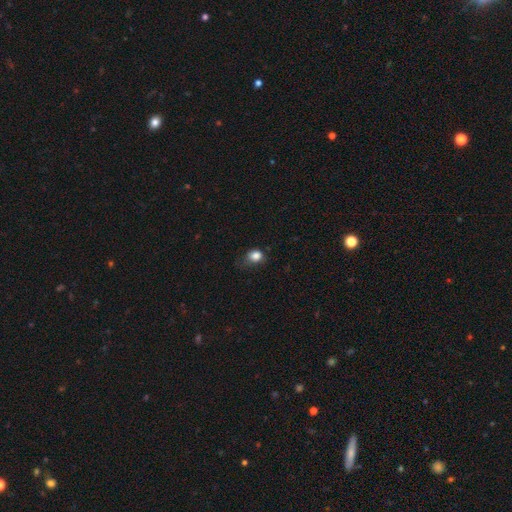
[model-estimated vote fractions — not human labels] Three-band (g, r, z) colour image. It shows a smooth galaxy with no disk features (84%) that is round (59%). Merging: none (50%).